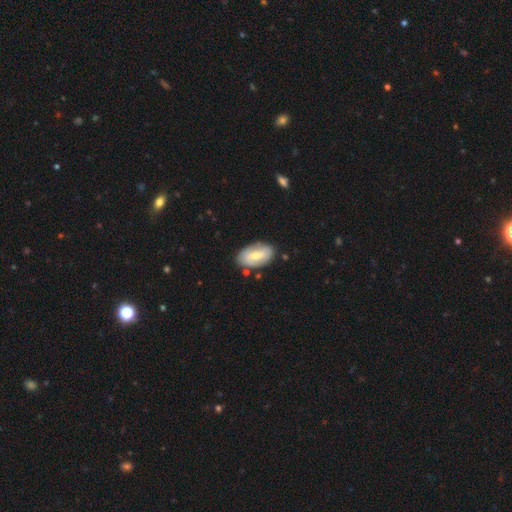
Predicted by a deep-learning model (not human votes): smooth_or_featured: smooth (p=0.54) [alt: featured or disk p=0.40]
how_rounded: in between (p=0.93) [alt: round p=0.04]
merging: none (p=0.78) [alt: minor disturbance p=0.15]